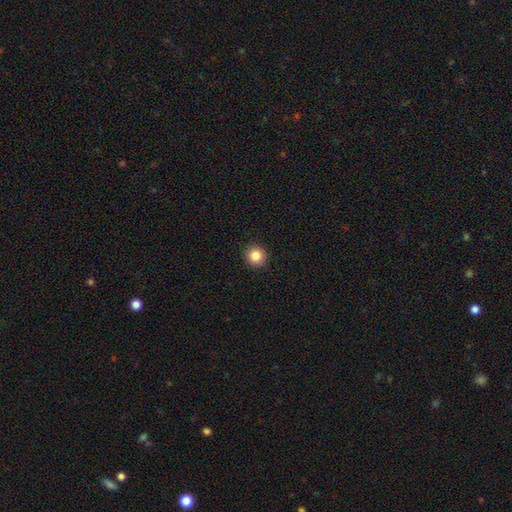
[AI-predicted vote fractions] The model was most divided on "smooth or featured": smooth: 85%, star or artifact: 10%, featured or disk: 4%. More confident: how rounded — round (94%); merging — none (93%).